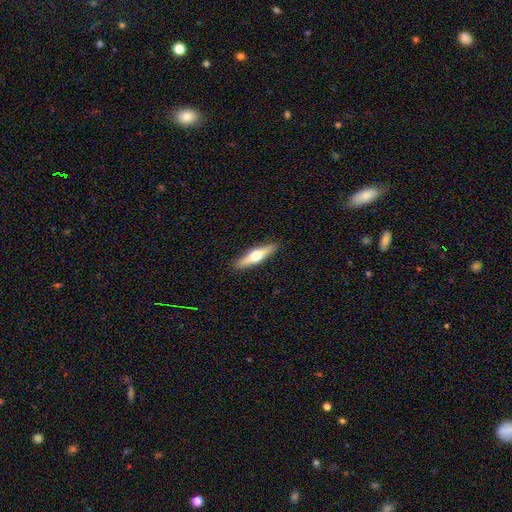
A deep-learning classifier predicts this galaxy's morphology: This appears to be a featured or disk galaxy (56%) viewed edge-on (94%) with a rounded central bulge (95%). Merging: none (91%).